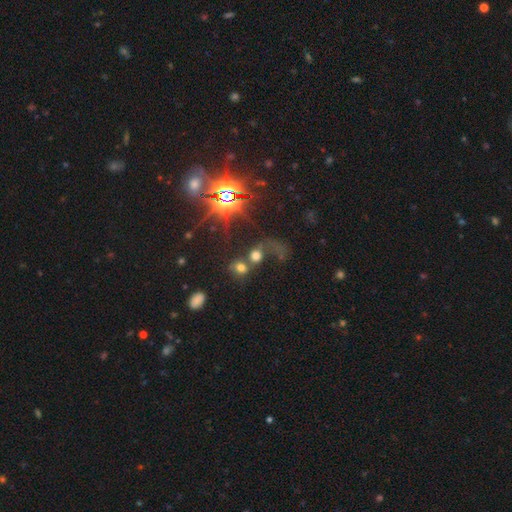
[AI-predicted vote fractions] smooth 54%, star or artifact 27%, featured or disk 18%. Down the decision tree: how rounded — round (67%); merging — merger (51%).